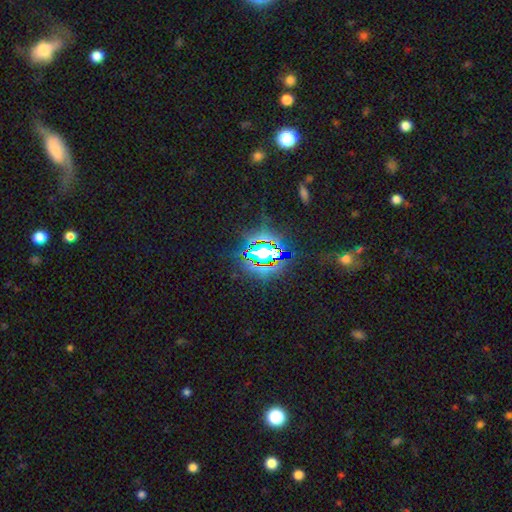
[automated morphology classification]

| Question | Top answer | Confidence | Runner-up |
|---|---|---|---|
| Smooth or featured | star or artifact | 77% | smooth (13%) |